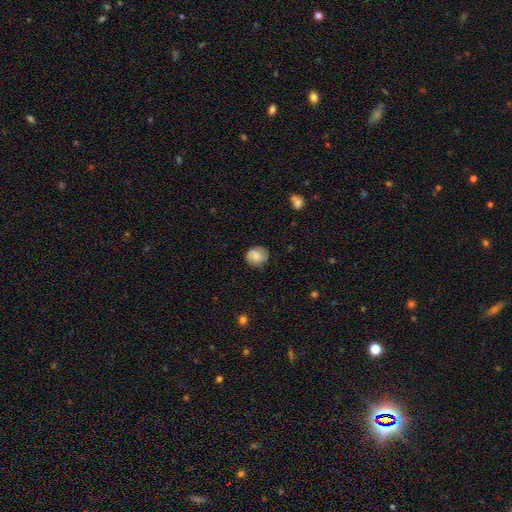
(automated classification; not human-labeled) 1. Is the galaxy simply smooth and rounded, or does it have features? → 73% smooth, 19% featured or disk, 8% star or artifact.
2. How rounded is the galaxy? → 80% round, 19% in between, 1% cigar-shaped.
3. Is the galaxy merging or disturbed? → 79% none, 16% minor disturbance, 4% major disturbance, 1% merger.